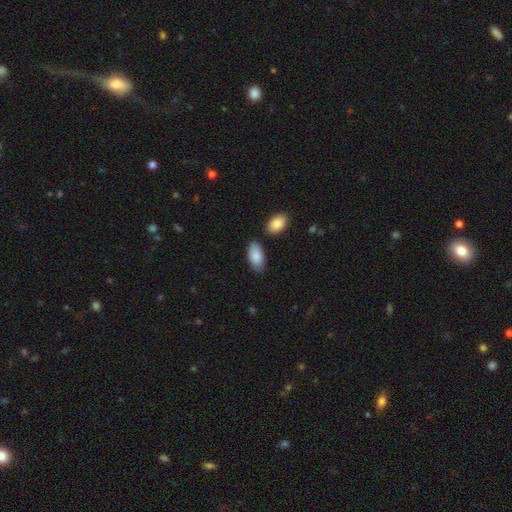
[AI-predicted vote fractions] Q: Smooth or featured?
A: smooth (87%); runner-up: featured or disk (7%)
Q: How rounded?
A: in between (94%); runner-up: cigar-shaped (3%)
Q: Merging?
A: none (76%); runner-up: minor disturbance (15%)